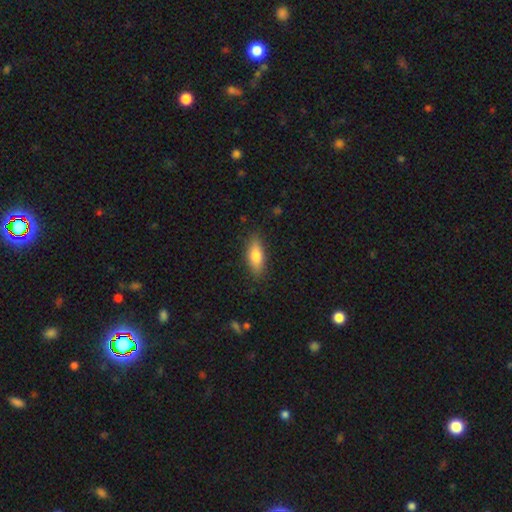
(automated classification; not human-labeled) Smooth or featured? smooth (77%)
How rounded? in between (75%)
Merging? none (85%)